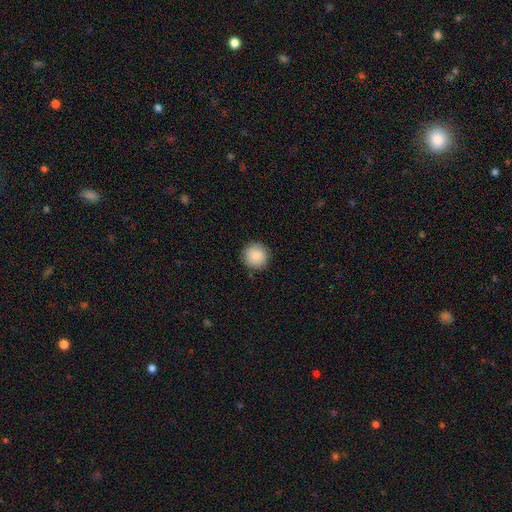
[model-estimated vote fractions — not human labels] Morphology: type=smooth (88%); roundness=round (94%); merging=none (90%).